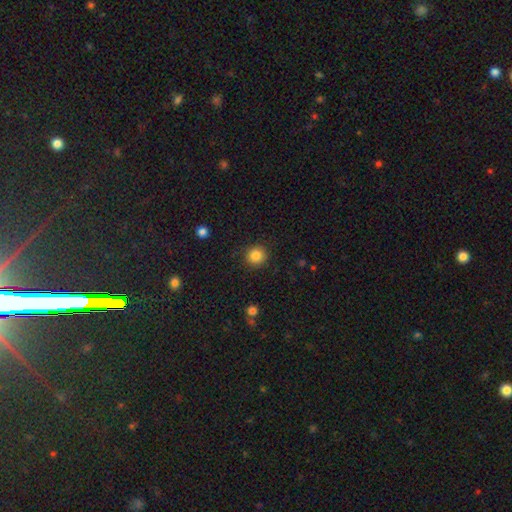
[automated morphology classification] Smooth or featured?
  - smooth: 85% *
  - star or artifact: 11%
  - featured or disk: 4%
How rounded?
  - round: 92% *
  - in between: 7%
  - cigar-shaped: 1%
Merging?
  - none: 90% *
  - minor disturbance: 6%
  - major disturbance: 2%
  - merger: 1%